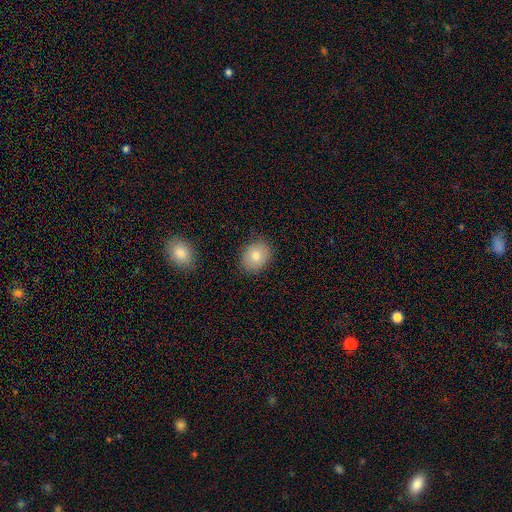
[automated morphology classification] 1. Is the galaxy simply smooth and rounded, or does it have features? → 79% smooth, 13% featured or disk, 9% star or artifact.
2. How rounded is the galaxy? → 53% in between, 46% round, 1% cigar-shaped.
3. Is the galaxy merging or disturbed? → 85% none, 11% minor disturbance, 2% major disturbance, 2% merger.